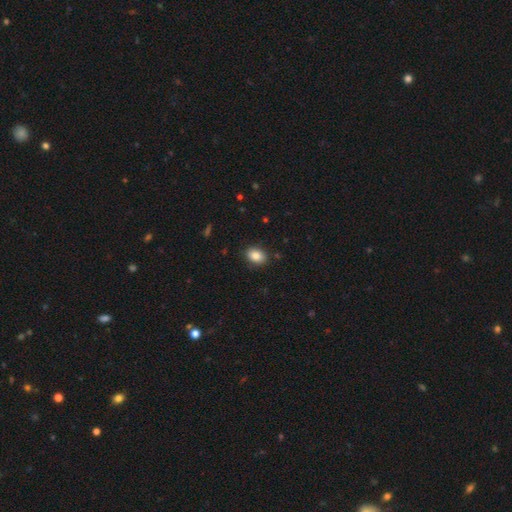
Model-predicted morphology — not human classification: smooth 86%, star or artifact 8%, featured or disk 6%. Down the decision tree: how rounded — in between (77%); merging — none (88%).